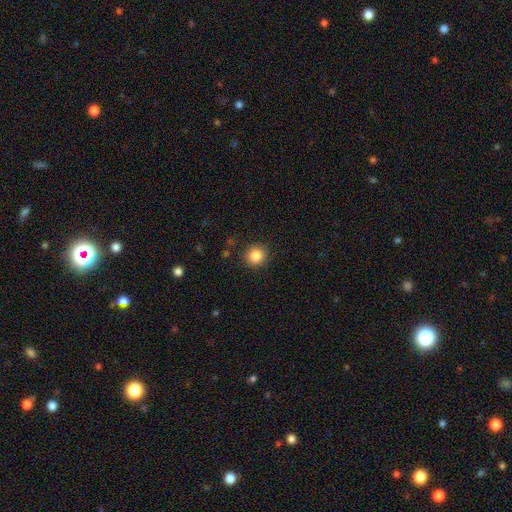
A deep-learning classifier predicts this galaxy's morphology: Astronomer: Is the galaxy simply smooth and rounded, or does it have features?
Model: smooth — 85%.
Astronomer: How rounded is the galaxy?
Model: round — 92%.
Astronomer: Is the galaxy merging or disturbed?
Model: none — 90%.